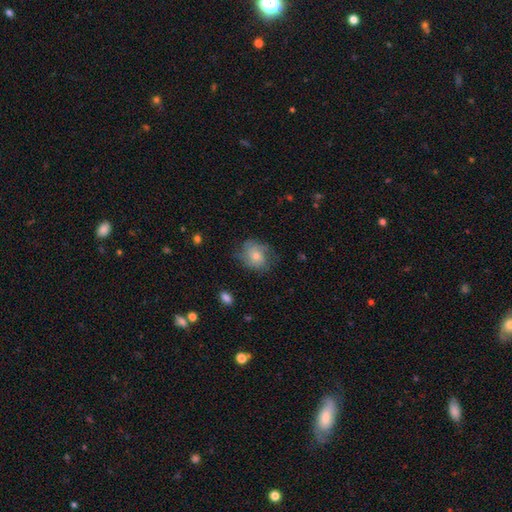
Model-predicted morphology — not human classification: smooth-or-featured: smooth: 46% | featured or disk: 42% | star or artifact: 12%
  merging: none: 66% | minor disturbance: 22% | major disturbance: 11% | merger: 1%